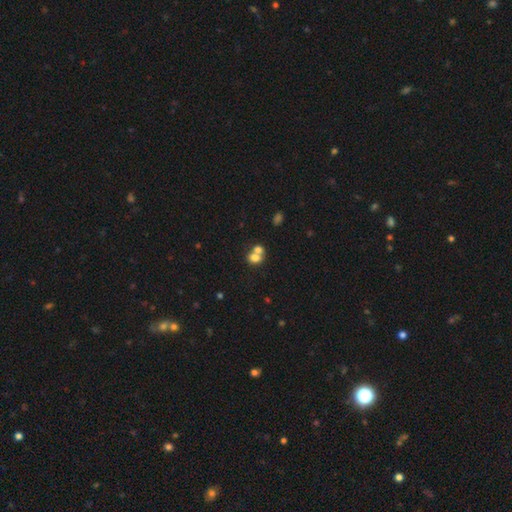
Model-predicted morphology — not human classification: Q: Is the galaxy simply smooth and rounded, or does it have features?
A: smooth — 71%.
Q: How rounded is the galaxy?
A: in between — 52%.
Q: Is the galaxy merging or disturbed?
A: merger — 63%.